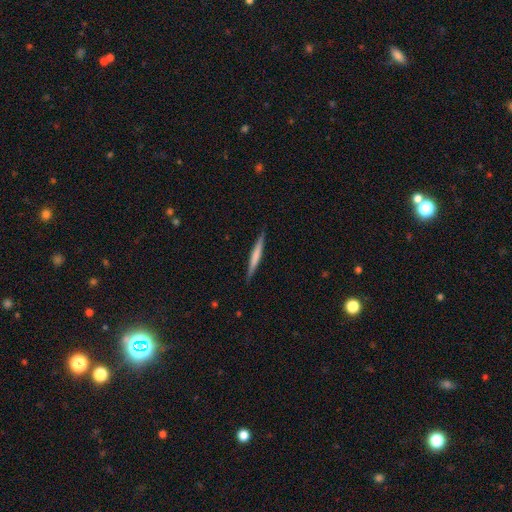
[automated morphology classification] This appears to be a smooth galaxy with no disk features (52%) that is cigar-shaped (95%). Merging: none (89%).